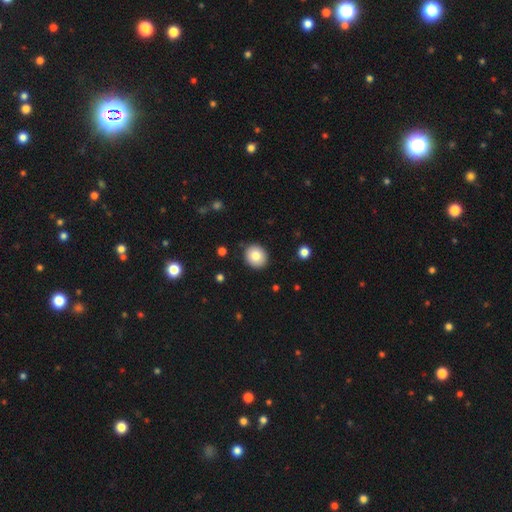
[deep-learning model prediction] Smooth or featured? smooth (81%)
How rounded? round (78%)
Merging? none (88%)